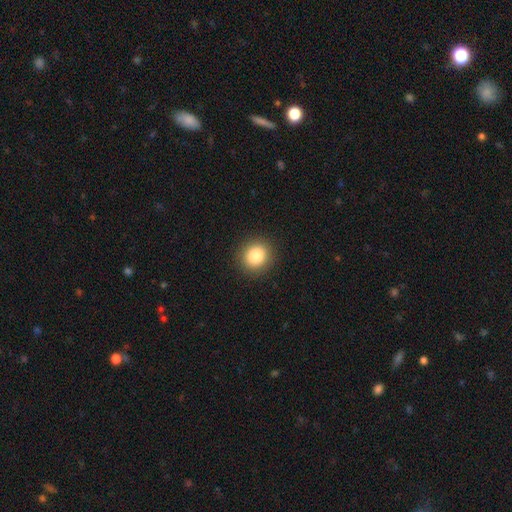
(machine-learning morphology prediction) Smooth or featured? smooth (85%)
How rounded? round (85%)
Merging? none (91%)